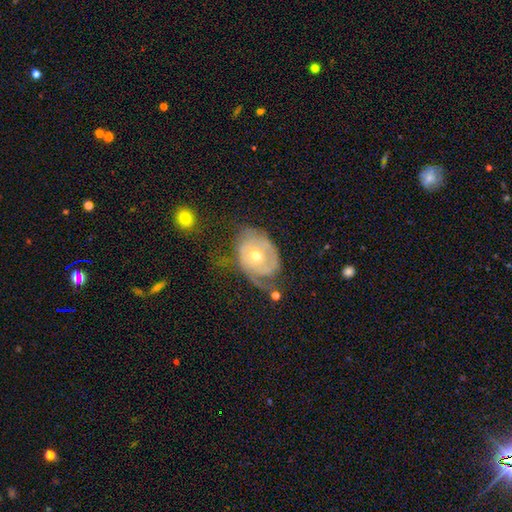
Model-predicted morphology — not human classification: Smooth or featured? Predicted: featured or disk (p=0.67). Edge-on disk? Predicted: no (p=0.96). Bar? Predicted: no (p=0.76). Spiral arms? Predicted: yes (p=0.69). Bulge size? Predicted: moderate (p=0.59). Merging? Predicted: none (p=0.35).